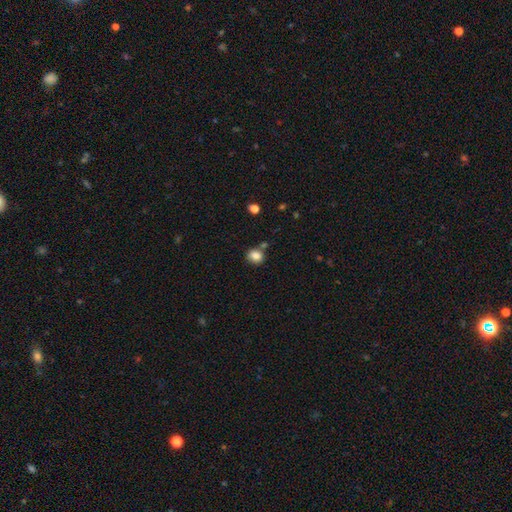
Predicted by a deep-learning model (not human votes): A smooth galaxy with no disk features (83%) that is round (68%). Merging: none (73%).